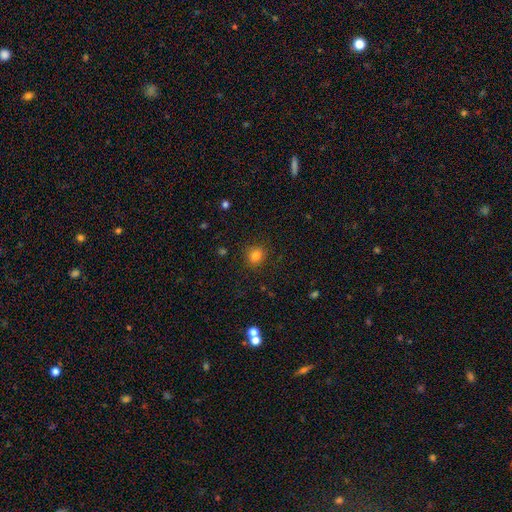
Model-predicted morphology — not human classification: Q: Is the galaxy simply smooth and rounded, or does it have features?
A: smooth — 81%.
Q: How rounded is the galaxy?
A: round — 82%.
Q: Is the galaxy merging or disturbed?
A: none — 89%.